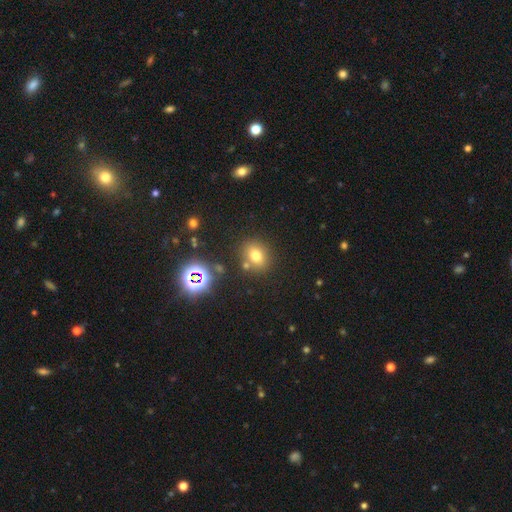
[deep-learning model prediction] A smooth galaxy with no disk features (71%) that is round (66%).

Vote fractions:
- Smooth or featured? smooth: 71% / star or artifact: 19% / featured or disk: 9%
- How rounded? round: 66% / in between: 33% / cigar-shaped: 1%
- Merging? none: 75% / minor disturbance: 11% / merger: 10% / major disturbance: 4%